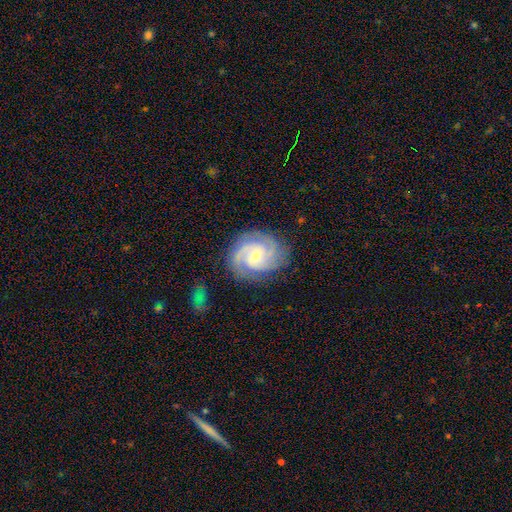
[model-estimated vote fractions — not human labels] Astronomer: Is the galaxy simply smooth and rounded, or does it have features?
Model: featured or disk — 87%.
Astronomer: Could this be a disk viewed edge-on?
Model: no — 98%.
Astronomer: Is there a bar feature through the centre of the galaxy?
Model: no — 63%.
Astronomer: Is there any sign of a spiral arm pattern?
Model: yes — 98%.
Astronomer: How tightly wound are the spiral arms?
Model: tight — 54% (runner-up: medium, 39%).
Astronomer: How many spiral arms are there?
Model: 3 — 46% (runner-up: 2, 22%).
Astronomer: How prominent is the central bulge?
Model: small — 65%.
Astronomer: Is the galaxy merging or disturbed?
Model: none — 80%.